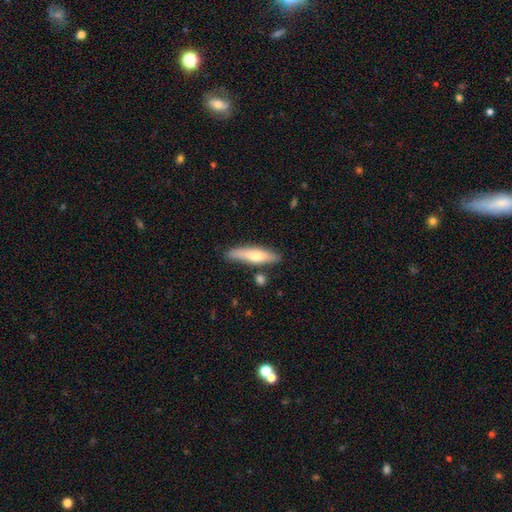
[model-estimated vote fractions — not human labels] Smooth or featured? Predicted: smooth (p=0.60). How rounded? Predicted: cigar-shaped (p=0.79). Merging? Predicted: none (p=0.75).